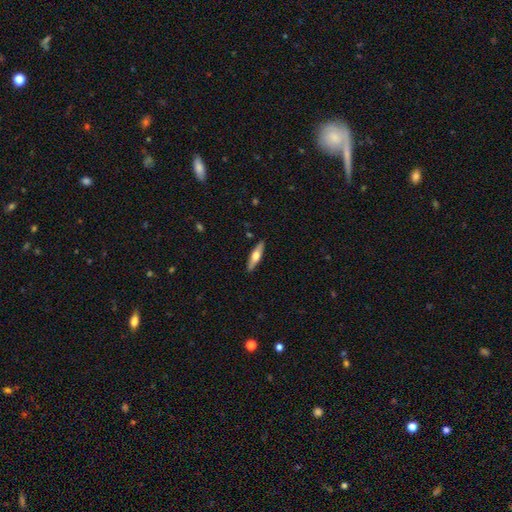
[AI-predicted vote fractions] Smooth or featured: featured or disk — 52% (smooth — 43%)
Edge-on disk: yes — 93% (no — 7%)
Merging: none — 90% (minor disturbance — 8%)